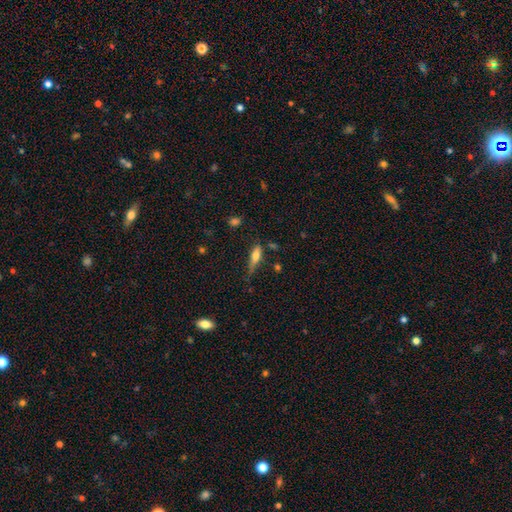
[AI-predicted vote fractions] Overall: smooth (60%; featured or disk 32%). How rounded: cigar-shaped (58%; in between 39%). Merging: none (55%; minor disturbance 30%).